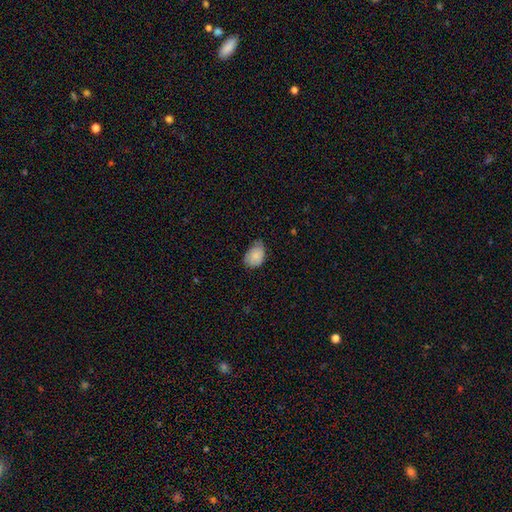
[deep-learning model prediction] Smooth or featured? smooth (77%)
How rounded? in between (80%)
Merging? none (50%)